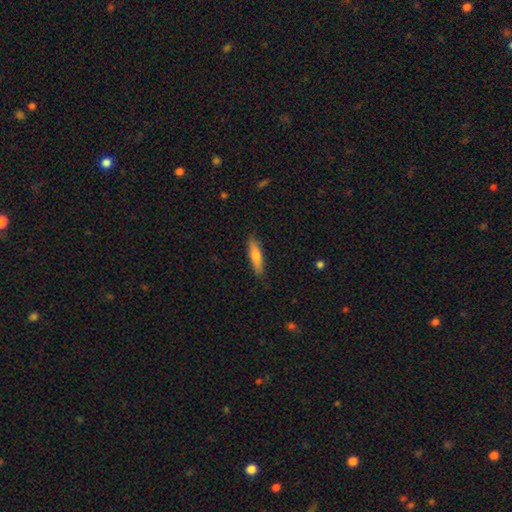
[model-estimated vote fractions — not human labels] Smooth or featured? Predicted: smooth (p=0.69). How rounded? Predicted: cigar-shaped (p=0.76). Merging? Predicted: none (p=0.86).